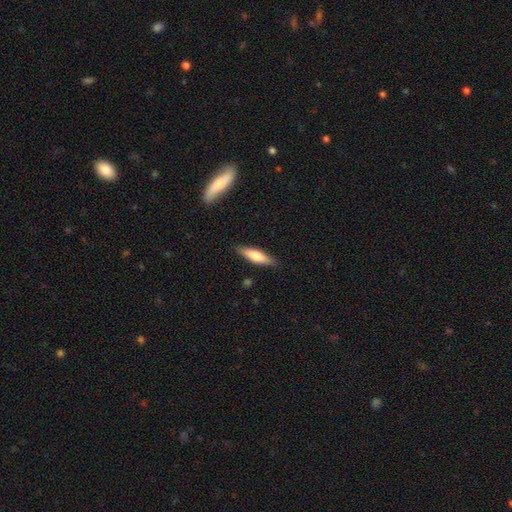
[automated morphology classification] This appears to be a smooth galaxy with no disk features (66%) that is cigar-shaped (70%). Merging: none (87%).